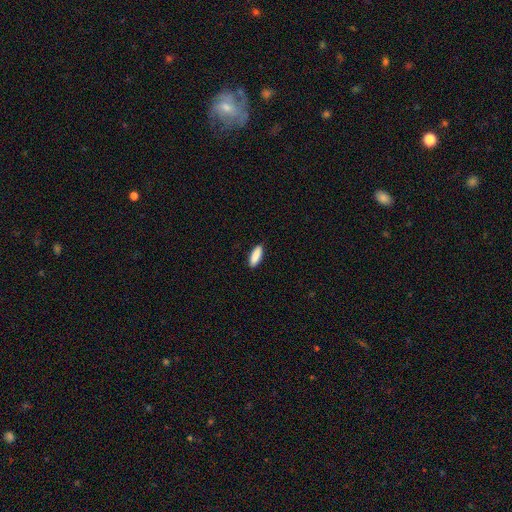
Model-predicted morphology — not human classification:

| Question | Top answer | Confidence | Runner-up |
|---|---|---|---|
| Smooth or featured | smooth | 90% | star or artifact (6%) |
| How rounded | in between | 58% | cigar-shaped (40%) |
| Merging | none | 90% | minor disturbance (7%) |